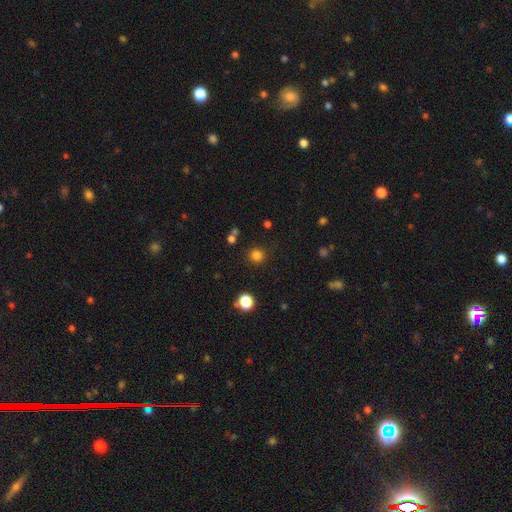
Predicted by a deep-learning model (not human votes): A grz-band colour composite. It shows a smooth galaxy with no disk features (80%) that is round (94%). Merging: none (88%).